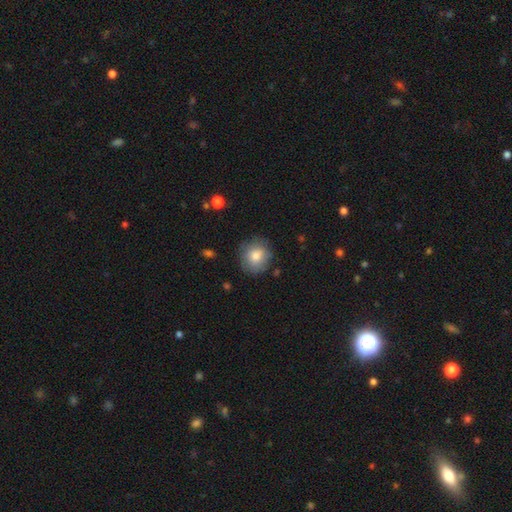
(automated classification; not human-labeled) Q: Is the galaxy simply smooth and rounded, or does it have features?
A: smooth — 82%.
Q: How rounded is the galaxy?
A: round — 85%.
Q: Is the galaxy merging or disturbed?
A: none — 80%.